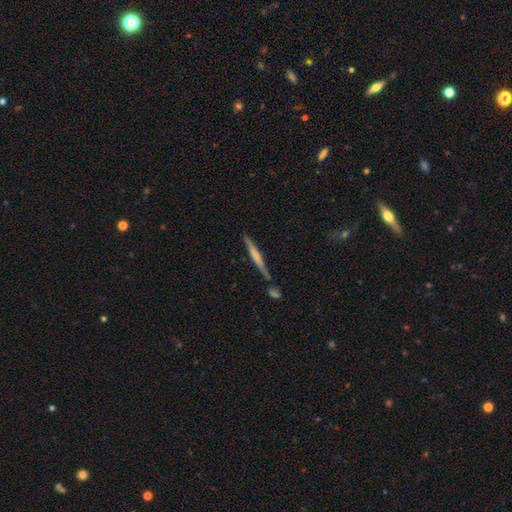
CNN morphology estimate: The model was most divided on "smooth or featured": featured or disk: 48%, smooth: 46%, star or artifact: 6%. More confident: merging — none (74%).